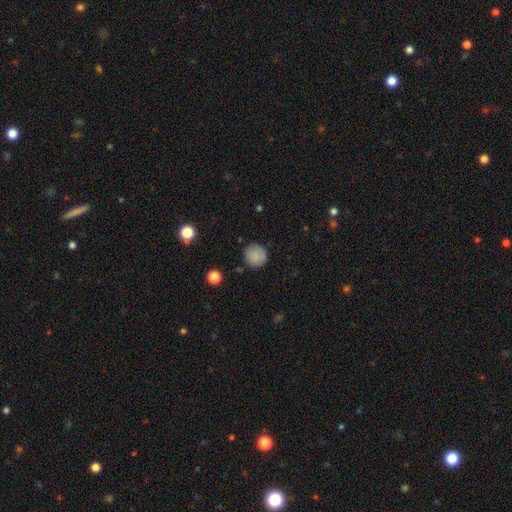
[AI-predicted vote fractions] A smooth galaxy with no disk features (85%) that is round (93%). Merging: none (84%).